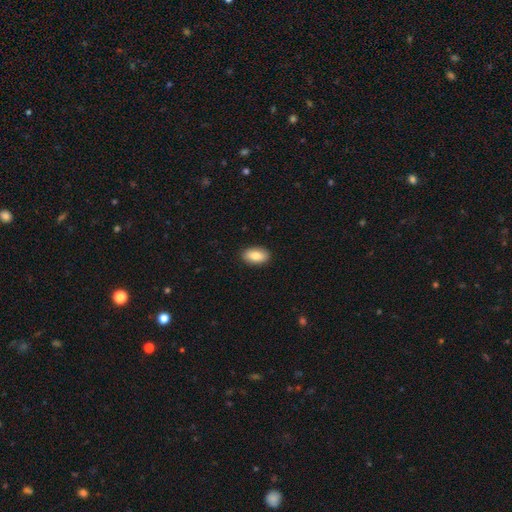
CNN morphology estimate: Q: Smooth or featured?
A: smooth (84%); runner-up: featured or disk (9%)
Q: How rounded?
A: in between (93%); runner-up: round (4%)
Q: Merging?
A: none (90%); runner-up: minor disturbance (7%)